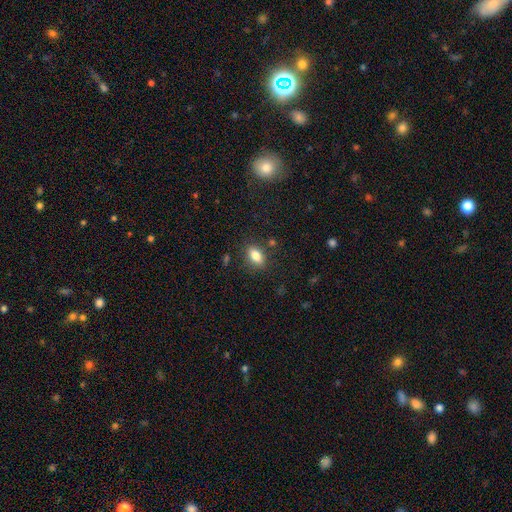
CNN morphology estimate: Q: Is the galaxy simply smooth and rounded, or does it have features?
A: smooth — 82%.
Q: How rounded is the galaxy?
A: in between — 85%.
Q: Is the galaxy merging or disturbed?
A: none — 83%.